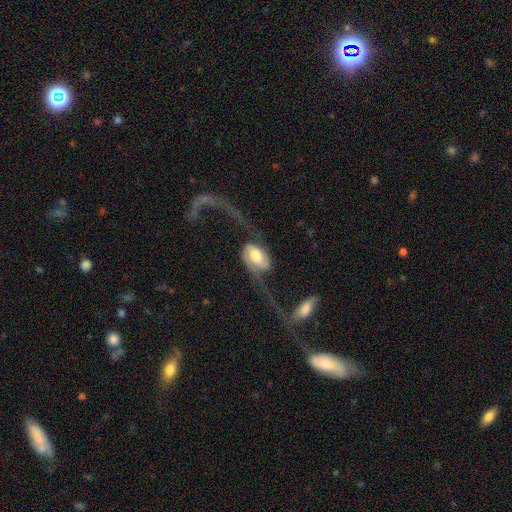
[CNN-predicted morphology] This is likely a featured or disk galaxy (76%). It is clearly not viewed edge-on (95%). Bar: marginally weak (41%). Spiral arm pattern: clearly yes (89%). Spiral arm count: clearly 2 (90%). Spiral winding: likely loose (80%). Central bulge: possibly moderate (48%). Merging: marginally major disturbance (43%).